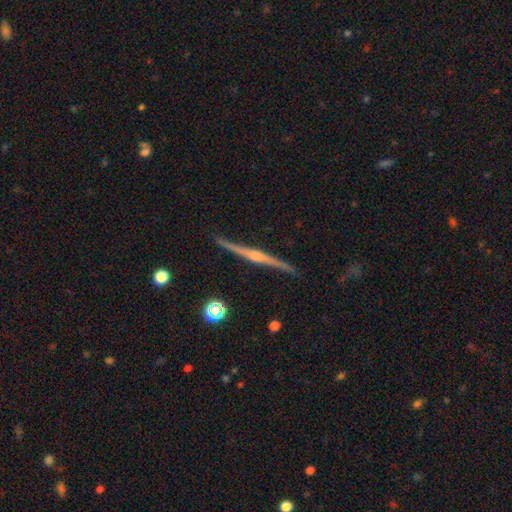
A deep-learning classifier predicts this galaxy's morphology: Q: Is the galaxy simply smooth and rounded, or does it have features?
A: featured or disk — 87%.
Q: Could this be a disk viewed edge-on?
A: yes — 98%.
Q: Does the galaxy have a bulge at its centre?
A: rounded — 87%.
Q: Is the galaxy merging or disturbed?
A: none — 90%.